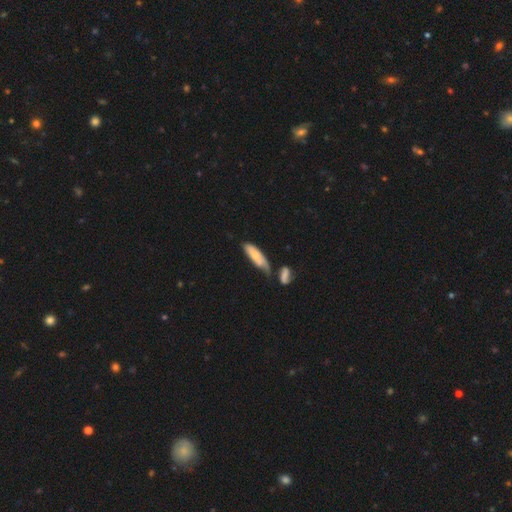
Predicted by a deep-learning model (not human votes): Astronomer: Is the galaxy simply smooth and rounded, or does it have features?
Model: smooth — 72%.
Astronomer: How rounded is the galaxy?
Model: in between — 52% (runner-up: cigar-shaped, 46%).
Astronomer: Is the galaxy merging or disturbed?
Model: none — 34% (runner-up: merger, 28%).